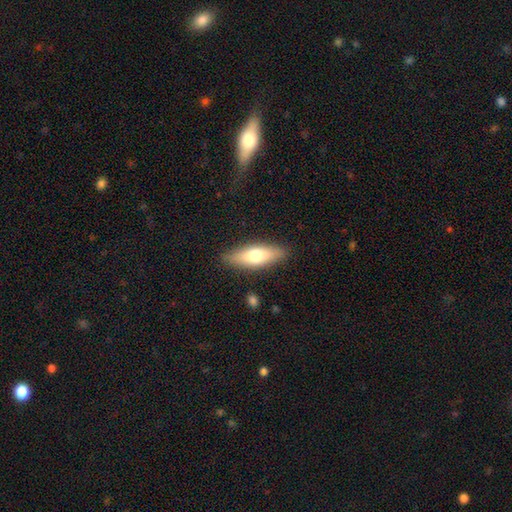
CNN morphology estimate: type=smooth (67%); roundness=in between (56%); merging=none (86%).